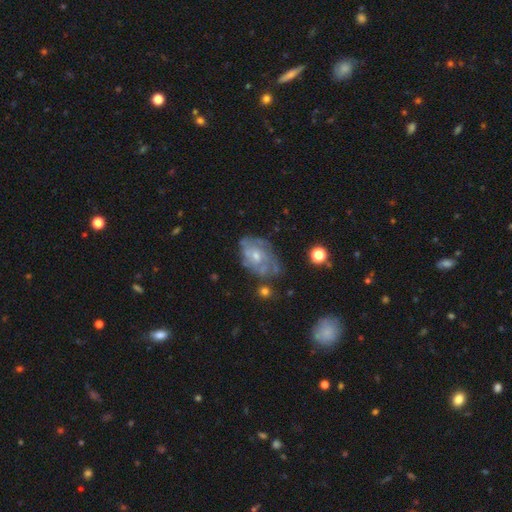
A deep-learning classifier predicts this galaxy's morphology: A featured or disk galaxy (67%) with no bar (75%), spiral arms (72%) and a small central bulge (49%). Merging: none (56%).